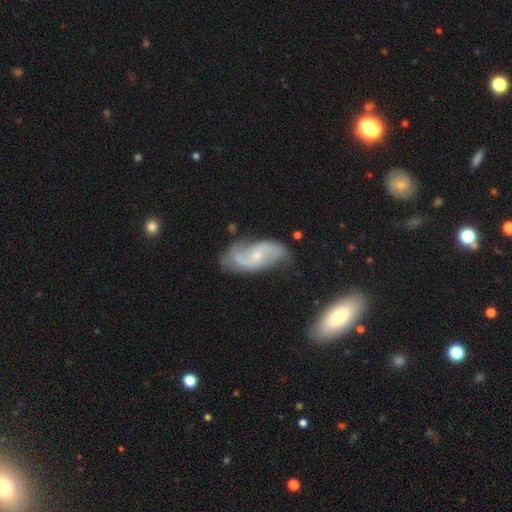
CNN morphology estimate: smooth_or_featured: featured or disk (p=0.79) [alt: smooth p=0.15]
disk_edge_on: no (p=0.95) [alt: yes p=0.05]
bar: no (p=0.61) [alt: weak p=0.32]
has_spiral_arms: yes (p=0.93) [alt: no p=0.07]
spiral_winding: loose (p=0.41) [tied with: medium p=0.41]
spiral_arm_count: 2 (p=0.84) [alt: can't tell p=0.09]
bulge_size: small (p=0.70) [alt: moderate p=0.26]
merging: none (p=0.66) [alt: minor disturbance p=0.23]